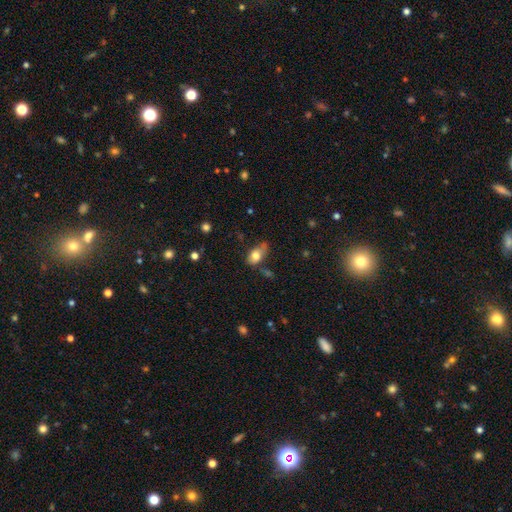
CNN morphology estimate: Overall: smooth (74%). How rounded: in between (86%). Merging: none (39%; minor disturbance 36%).